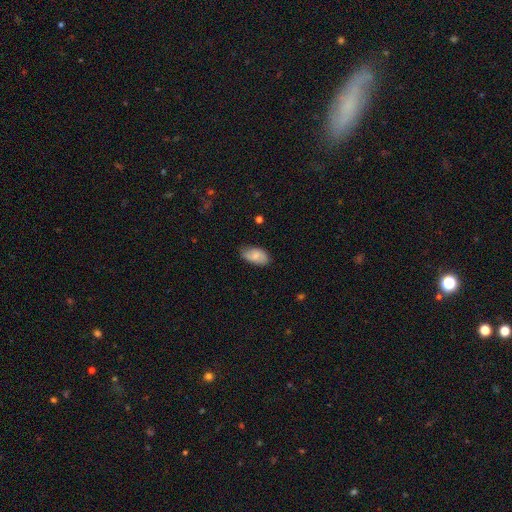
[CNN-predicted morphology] smooth 75%, featured or disk 19%, star or artifact 7%. Down the decision tree: how rounded — in between (94%); merging — none (72%).